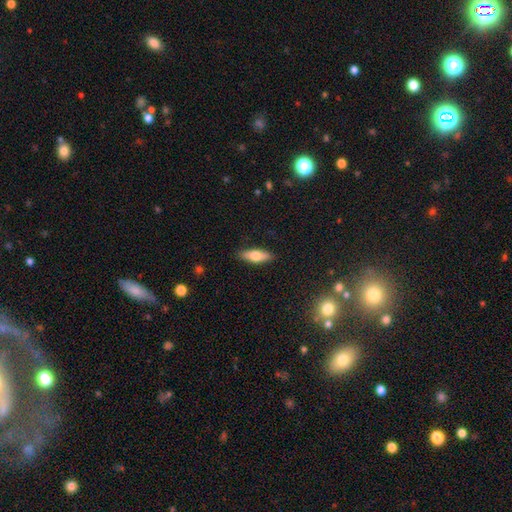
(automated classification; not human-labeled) Smooth or featured?
  - smooth: 66% *
  - featured or disk: 28%
  - star or artifact: 6%
How rounded?
  - in between: 56% *
  - cigar-shaped: 41%
  - round: 3%
Merging?
  - none: 87% *
  - minor disturbance: 10%
  - major disturbance: 2%
  - merger: 1%